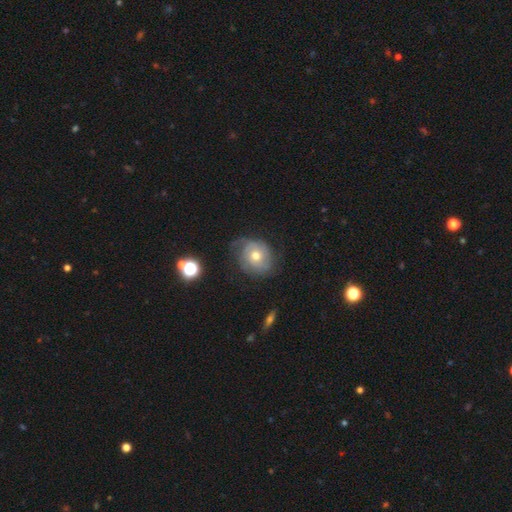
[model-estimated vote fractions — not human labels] A featured or disk galaxy (59%) with no bar (82%), spiral arms (81%) and a moderate central bulge (69%). Merging: none (57%).